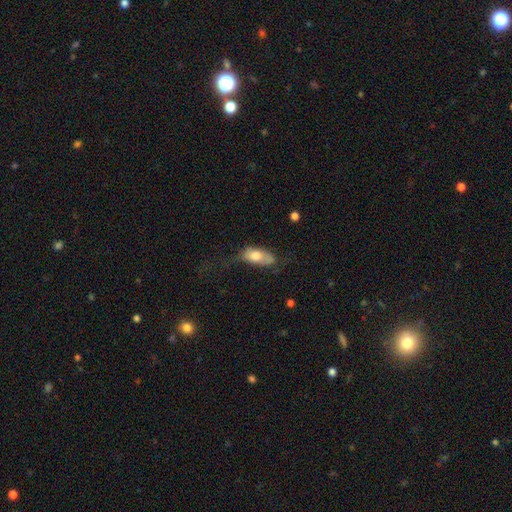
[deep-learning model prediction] Smooth or featured? smooth (71%)
How rounded? in between (85%)
Merging? none (35%)